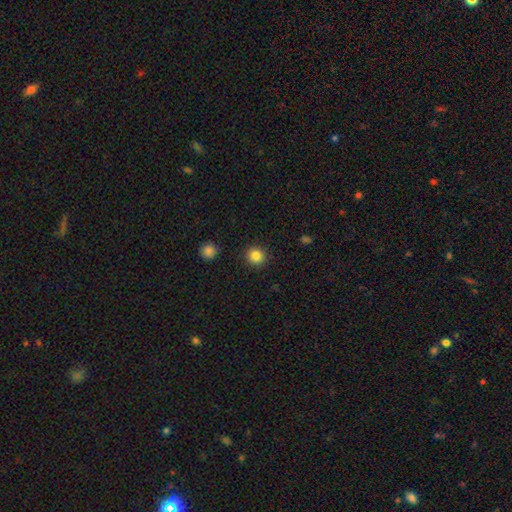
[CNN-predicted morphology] Smooth or featured? Predicted: smooth (p=0.85). How rounded? Predicted: round (p=0.93). Merging? Predicted: none (p=0.92).